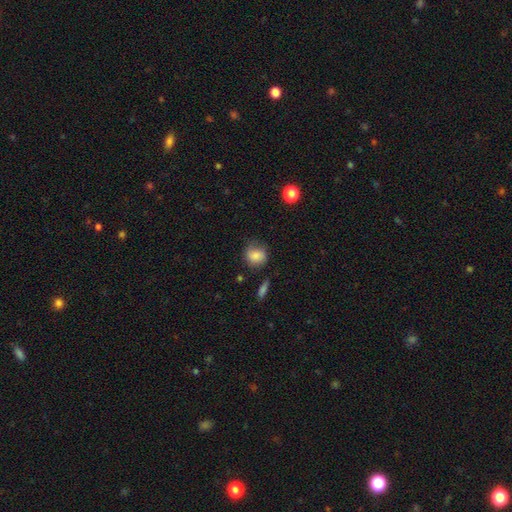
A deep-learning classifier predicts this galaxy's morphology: A smooth galaxy with no disk features (77%) that is round (73%).

Vote fractions:
- Smooth or featured? smooth: 77% / featured or disk: 14% / star or artifact: 9%
- How rounded? round: 73% / in between: 26% / cigar-shaped: 1%
- Merging? none: 63% / minor disturbance: 26% / major disturbance: 9% / merger: 2%